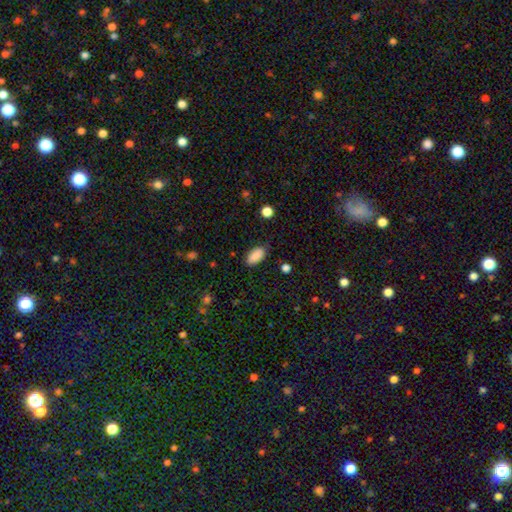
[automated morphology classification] The model was most divided on "merging": none: 85%, minor disturbance: 11%, major disturbance: 3%, merger: 1%. More confident: how rounded — in between (93%); smooth or featured — smooth (89%).